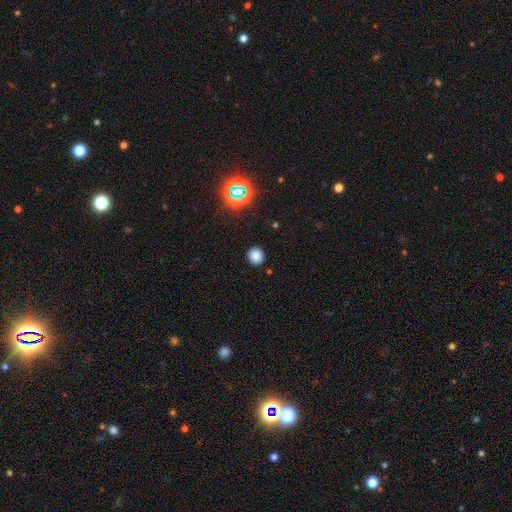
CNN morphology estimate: Q: Smooth or featured?
A: smooth (80%); runner-up: star or artifact (16%)
Q: How rounded?
A: round (89%); runner-up: in between (10%)
Q: Merging?
A: none (90%); runner-up: minor disturbance (6%)